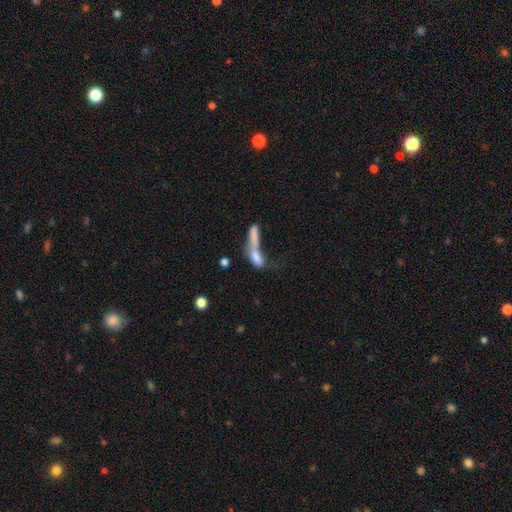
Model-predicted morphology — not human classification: Smooth or featured: smooth — 66% (featured or disk — 24%)
How rounded: cigar-shaped — 52% (in between — 43%)
Merging: merger — 58% (major disturbance — 17%)